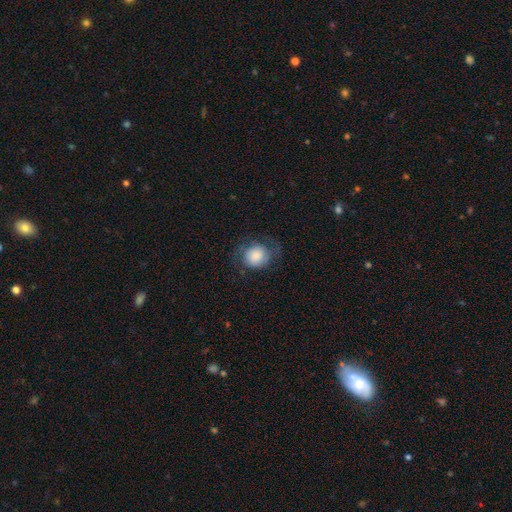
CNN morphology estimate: This appears to be a smooth galaxy with no disk features (69%) that is round (78%). Merging: none (65%).